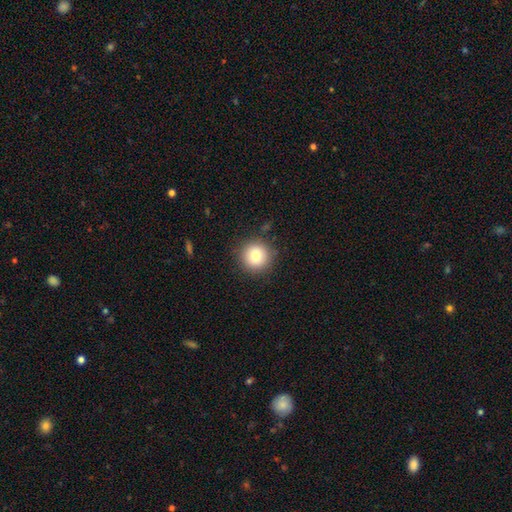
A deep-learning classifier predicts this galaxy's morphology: This appears to be a smooth galaxy with no disk features (82%) that is round (94%). Merging: none (88%).